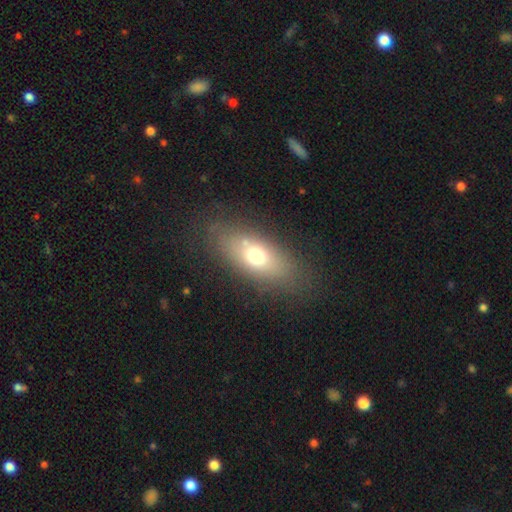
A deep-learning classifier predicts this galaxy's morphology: smooth_or_featured: smooth (p=0.66) [alt: featured or disk p=0.22]
how_rounded: in between (p=0.80) [alt: cigar-shaped p=0.10]
merging: none (p=0.77) [alt: minor disturbance p=0.13]